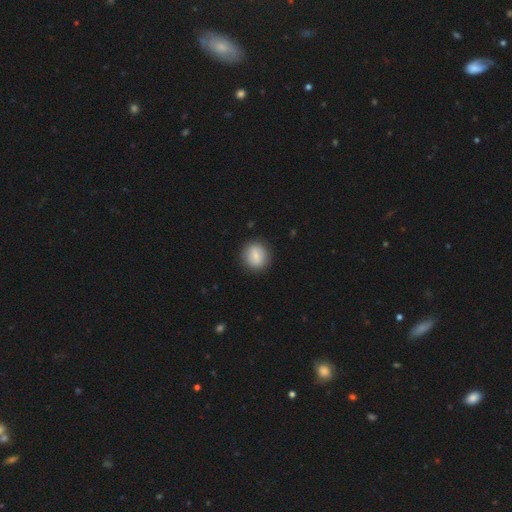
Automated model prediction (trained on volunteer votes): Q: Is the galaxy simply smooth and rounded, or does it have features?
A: smooth — 78%.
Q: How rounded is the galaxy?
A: round — 83%.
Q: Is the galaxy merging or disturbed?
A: none — 88%.